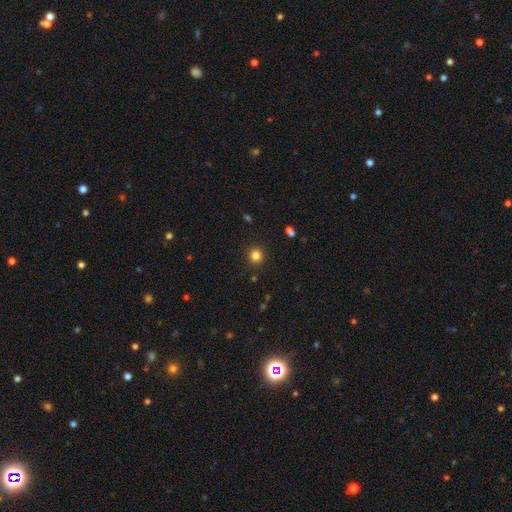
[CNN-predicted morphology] smooth-or-featured: smooth: 82% | star or artifact: 13% | featured or disk: 5%
  how-rounded: round: 94% | in between: 5% | cigar-shaped: 1%
  merging: none: 91% | minor disturbance: 5% | major disturbance: 2% | merger: 1%